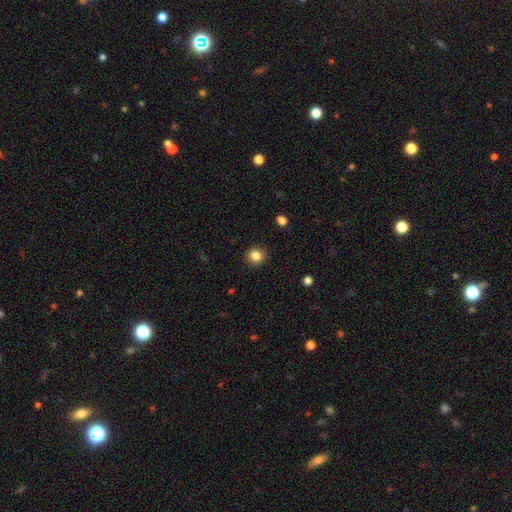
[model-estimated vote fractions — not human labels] Smooth or featured?
  - smooth: 85% *
  - star or artifact: 11%
  - featured or disk: 4%
How rounded?
  - round: 88% *
  - in between: 11%
  - cigar-shaped: 1%
Merging?
  - none: 91% *
  - minor disturbance: 6%
  - major disturbance: 2%
  - merger: 1%